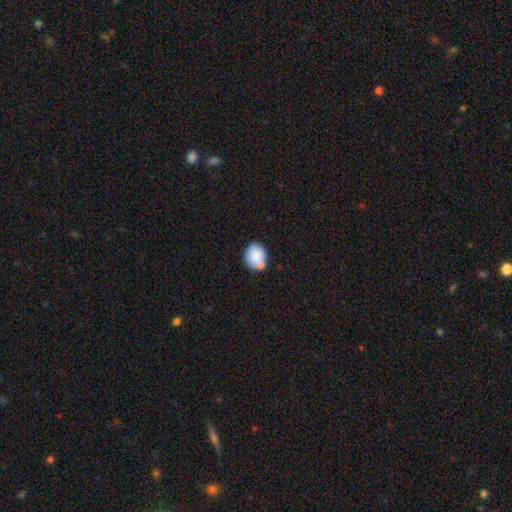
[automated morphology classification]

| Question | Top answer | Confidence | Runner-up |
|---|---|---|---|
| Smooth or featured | smooth | 83% | featured or disk (9%) |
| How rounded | in between | 50% | round (49%) |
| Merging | none | 58% | merger (21%) |